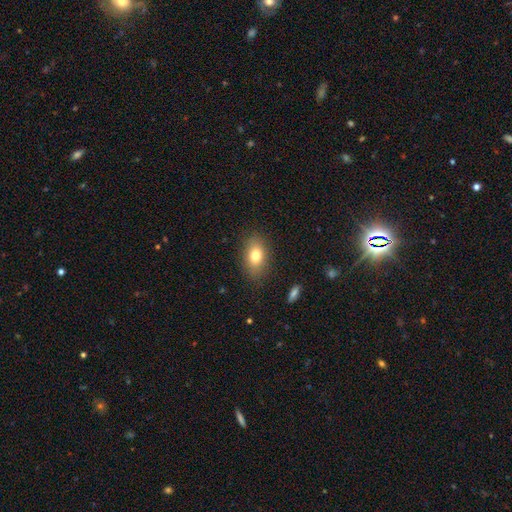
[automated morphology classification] The model was most divided on "smooth or featured": smooth: 78%, featured or disk: 14%, star or artifact: 9%. More confident: how rounded — in between (86%); merging — none (85%).